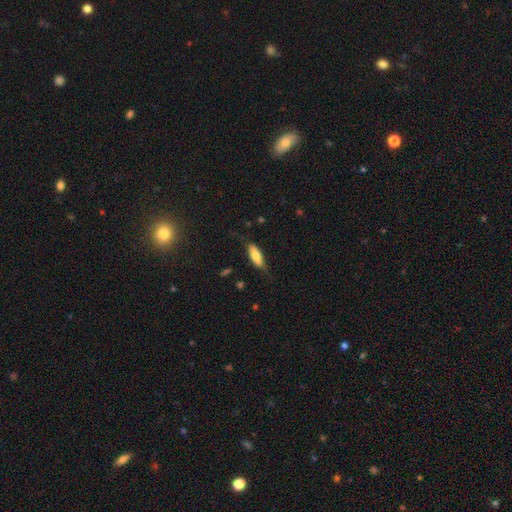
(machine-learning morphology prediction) type=smooth (73%); roundness=in between (63%); merging=none (69%).